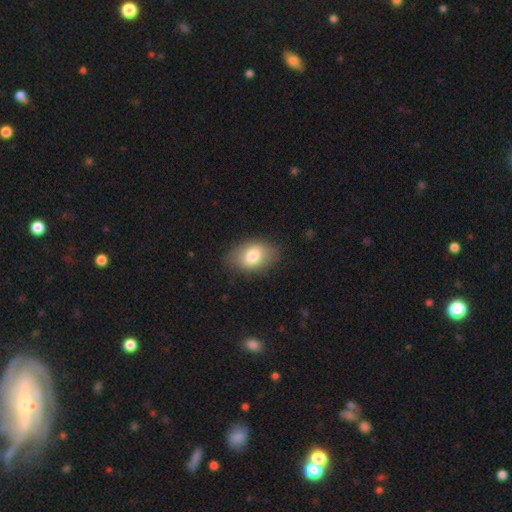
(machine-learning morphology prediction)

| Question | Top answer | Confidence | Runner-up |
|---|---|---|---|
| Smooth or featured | smooth | 77% | star or artifact (13%) |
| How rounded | in between | 81% | round (18%) |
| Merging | none | 89% | minor disturbance (8%) |